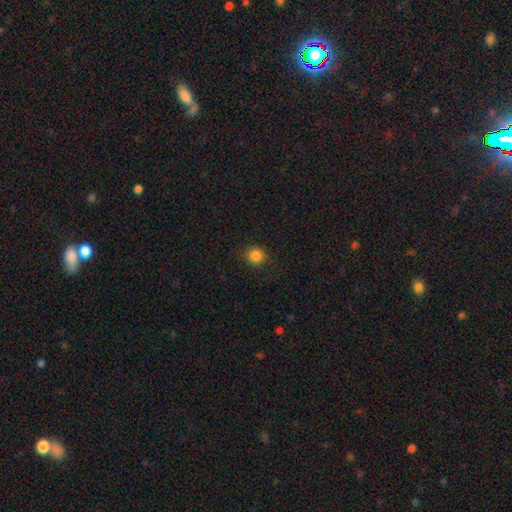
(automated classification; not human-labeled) Smooth or featured? Predicted: smooth (p=0.85). How rounded? Predicted: round (p=0.87). Merging? Predicted: none (p=0.88).